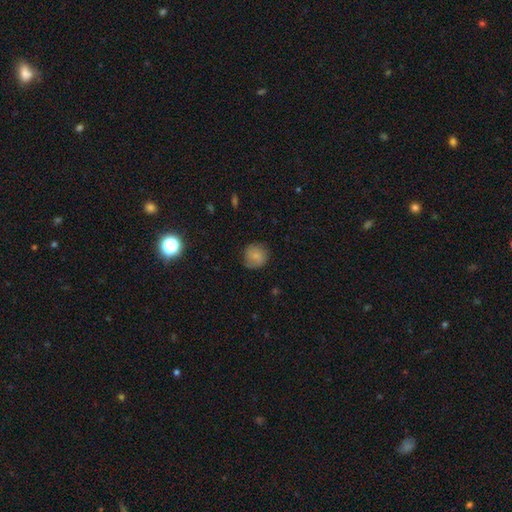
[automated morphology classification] A smooth galaxy with no disk features (74%) that is round (90%). Merging: none (77%).